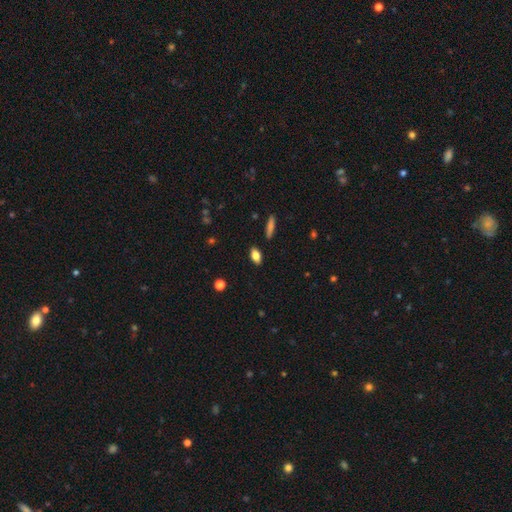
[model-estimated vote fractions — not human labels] A smooth galaxy with no disk features (80%) that is in between round and cigar-shaped (84%).

Vote fractions:
- Smooth or featured? smooth: 80% / featured or disk: 11% / star or artifact: 9%
- How rounded? in between: 84% / cigar-shaped: 9% / round: 6%
- Merging? none: 87% / minor disturbance: 9% / major disturbance: 2% / merger: 2%